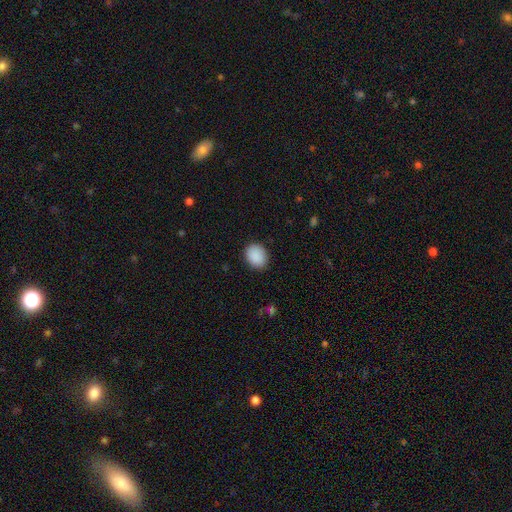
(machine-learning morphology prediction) smooth_or_featured: smooth (p=0.90) [alt: star or artifact p=0.07]
how_rounded: in between (p=0.53) [alt: round p=0.46]
merging: none (p=0.88) [alt: minor disturbance p=0.09]